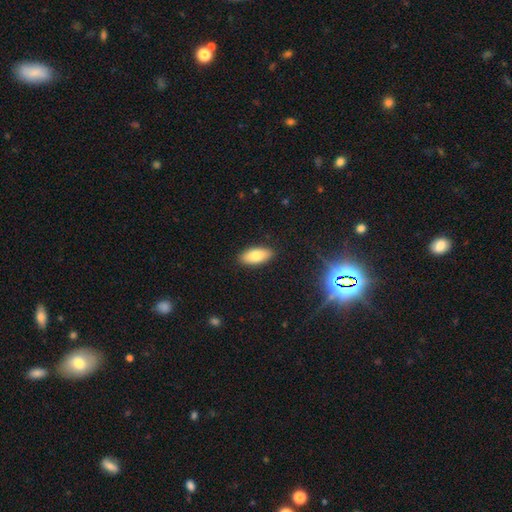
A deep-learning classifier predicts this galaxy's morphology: A smooth galaxy with no disk features (80%) that is in between round and cigar-shaped (89%). Merging: none (89%).